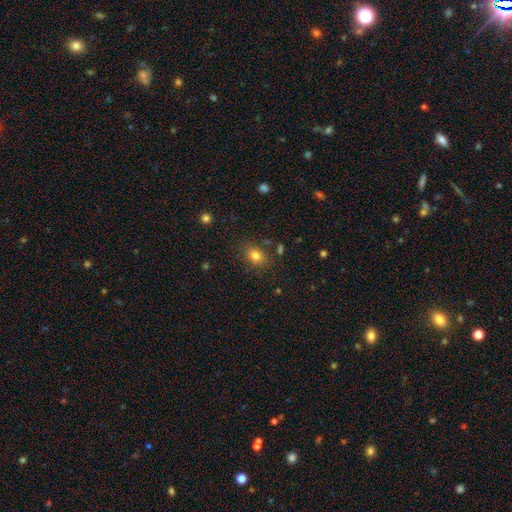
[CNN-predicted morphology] A smooth galaxy with no disk features (81%) that is in between round and cigar-shaped (59%).

Vote fractions:
- Smooth or featured? smooth: 81% / star or artifact: 12% / featured or disk: 7%
- How rounded? in between: 59% / round: 39% / cigar-shaped: 1%
- Merging? none: 79% / minor disturbance: 13% / major disturbance: 4% / merger: 4%